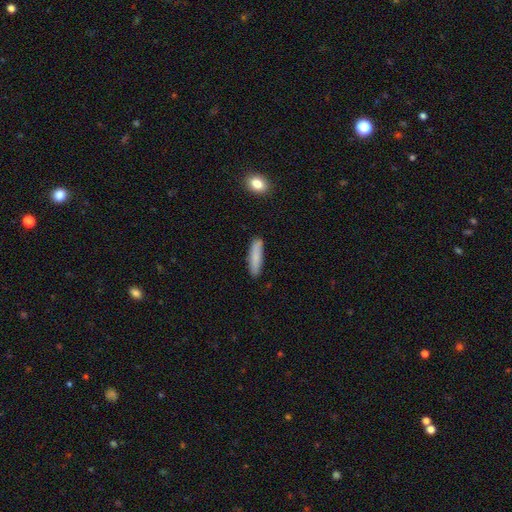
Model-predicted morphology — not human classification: smooth_or_featured: smooth (p=0.82) [alt: featured or disk p=0.11]
how_rounded: cigar-shaped (p=0.80) [alt: in between p=0.18]
merging: none (p=0.85) [alt: minor disturbance p=0.11]